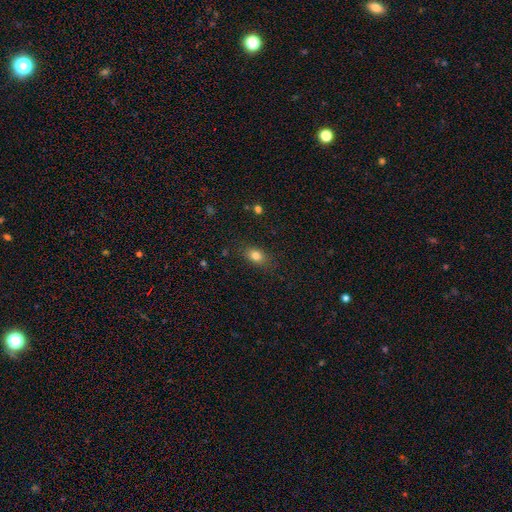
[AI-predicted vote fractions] Q: Smooth or featured?
A: smooth (80%); runner-up: star or artifact (11%)
Q: How rounded?
A: in between (74%); runner-up: round (23%)
Q: Merging?
A: none (83%); runner-up: minor disturbance (13%)